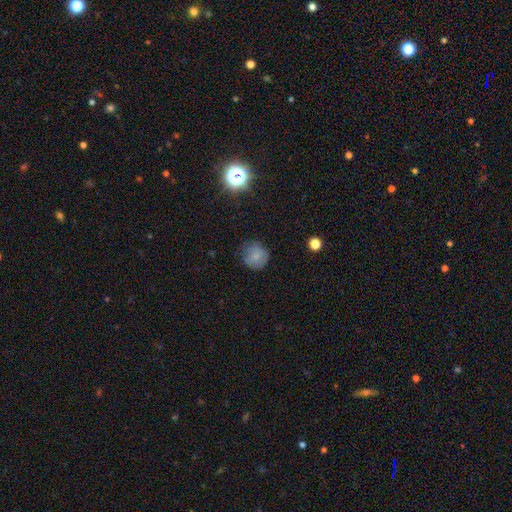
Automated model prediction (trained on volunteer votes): A smooth galaxy with no disk features (78%) that is round (91%). Merging: none (80%).